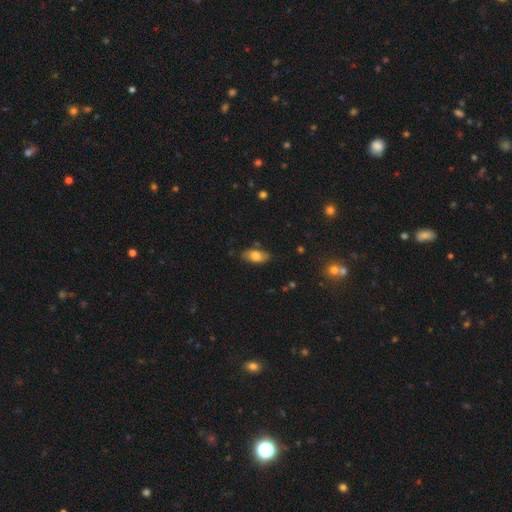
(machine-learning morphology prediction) Q: Smooth or featured?
A: smooth (74%); runner-up: featured or disk (19%)
Q: How rounded?
A: in between (90%); runner-up: cigar-shaped (6%)
Q: Merging?
A: none (78%); runner-up: minor disturbance (17%)